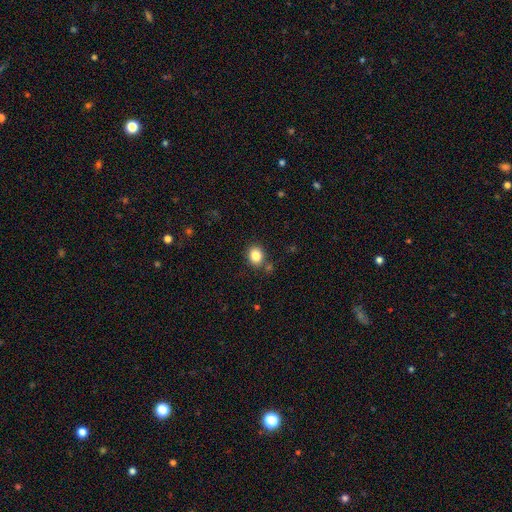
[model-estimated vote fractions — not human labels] Smooth or featured? Predicted: smooth (p=0.84). How rounded? Predicted: round (p=0.63). Merging? Predicted: none (p=0.81).